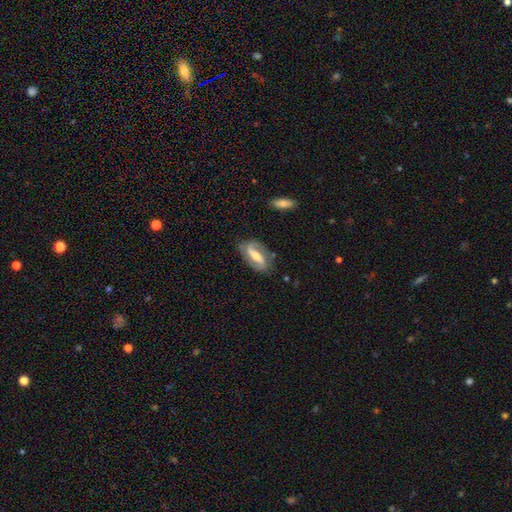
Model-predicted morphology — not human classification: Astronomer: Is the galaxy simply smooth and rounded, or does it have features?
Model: featured or disk — 75%.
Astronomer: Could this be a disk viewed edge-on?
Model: no — 93%.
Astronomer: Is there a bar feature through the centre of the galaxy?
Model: strong — 50% (runner-up: weak, 34%).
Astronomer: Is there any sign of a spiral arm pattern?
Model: yes — 90%.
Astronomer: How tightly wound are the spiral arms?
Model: medium — 45% (runner-up: loose, 29%).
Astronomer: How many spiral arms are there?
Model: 2 — 82%.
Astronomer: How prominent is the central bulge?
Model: moderate — 52% (runner-up: small, 30%).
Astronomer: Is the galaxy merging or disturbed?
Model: none — 75%.